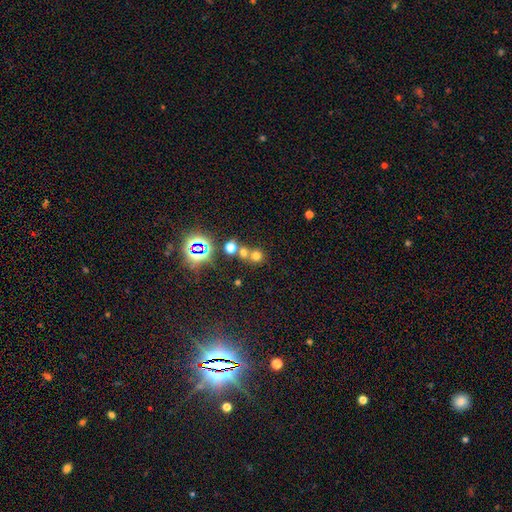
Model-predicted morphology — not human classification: smooth_or_featured: smooth (p=0.62) [alt: star or artifact p=0.28]
how_rounded: round (p=0.88) [alt: in between p=0.11]
merging: none (p=0.51) [alt: merger p=0.39]